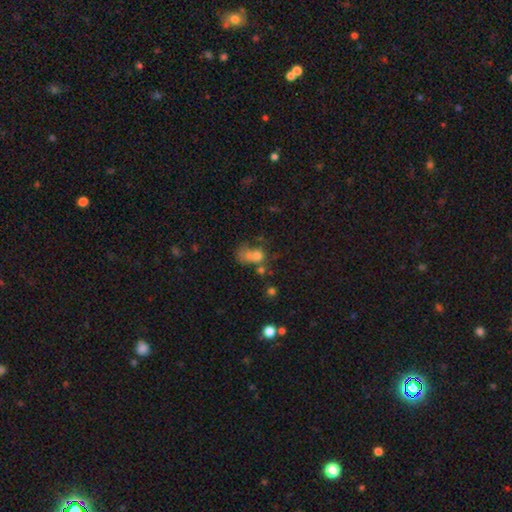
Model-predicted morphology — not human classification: Smooth or featured? smooth (61%)
How rounded? round (54%)
Merging? merger (45%)